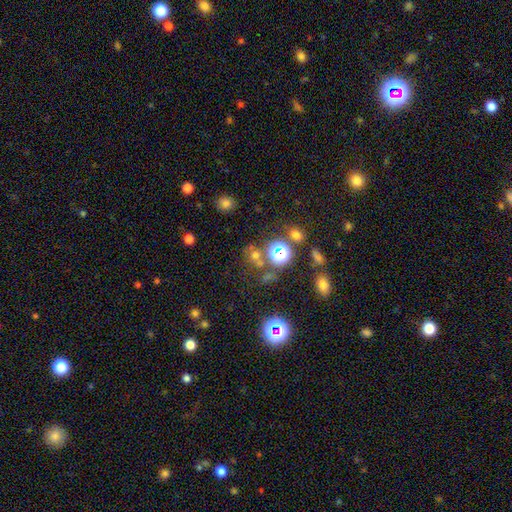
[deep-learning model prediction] smooth 48%, star or artifact 42%, featured or disk 10%. Down the decision tree: merging — none (63%).